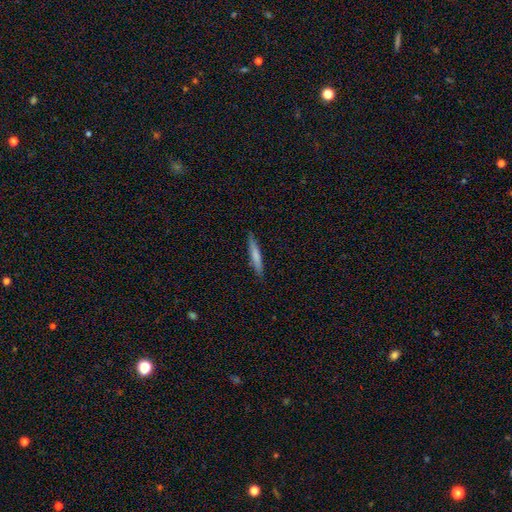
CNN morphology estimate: smooth-or-featured: smooth: 70% | featured or disk: 24% | star or artifact: 6%
  how-rounded: cigar-shaped: 94% | in between: 5% | round: 1%
  merging: none: 88% | minor disturbance: 9% | major disturbance: 2% | merger: 1%